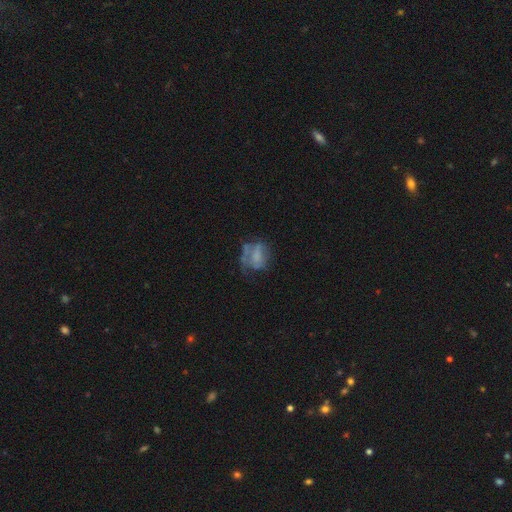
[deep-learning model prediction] Smooth or featured? Predicted: featured or disk (p=0.46). Merging? Predicted: none (p=0.37).